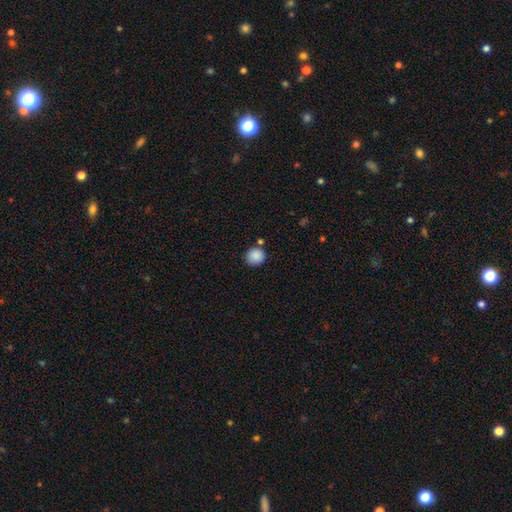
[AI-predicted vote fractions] Smooth or featured? smooth (88%)
How rounded? round (92%)
Merging? none (81%)